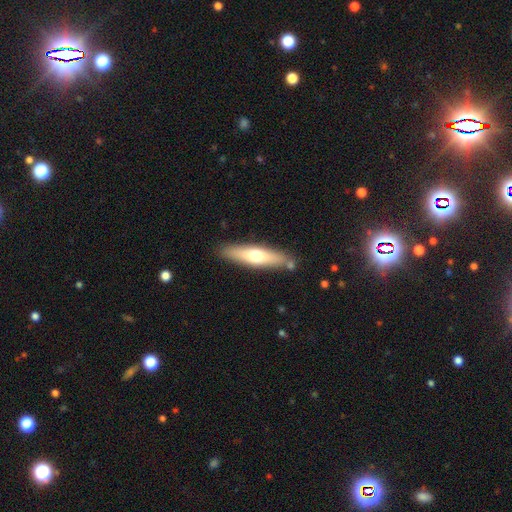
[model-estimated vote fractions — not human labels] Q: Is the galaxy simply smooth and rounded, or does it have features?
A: smooth — 56%.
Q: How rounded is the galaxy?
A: cigar-shaped — 74%.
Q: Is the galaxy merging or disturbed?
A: none — 81%.